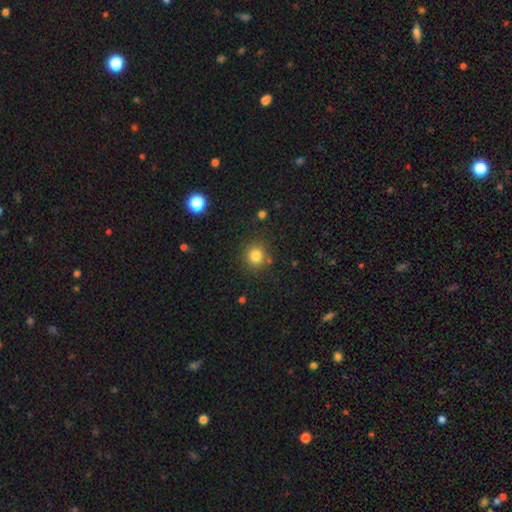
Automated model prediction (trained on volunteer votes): smooth 82%, star or artifact 12%, featured or disk 5%. Down the decision tree: how rounded — round (90%); merging — none (83%).